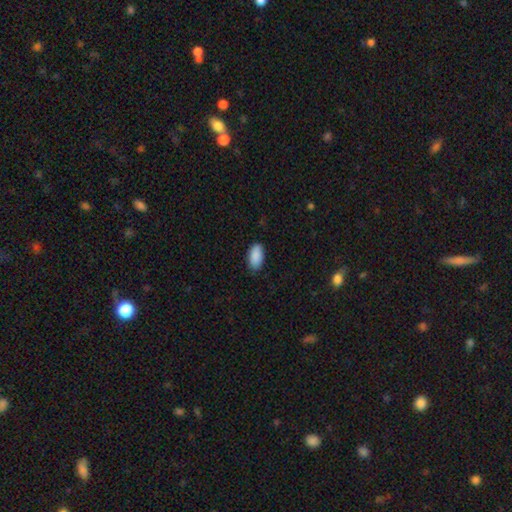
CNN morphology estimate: This appears to be a smooth galaxy with no disk features (90%) that is in between round and cigar-shaped (94%). Merging: none (84%).